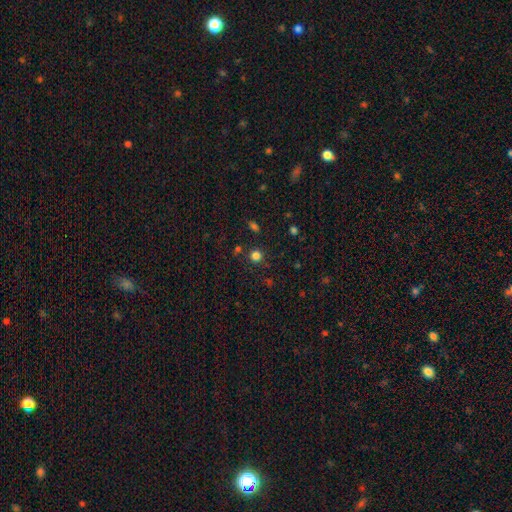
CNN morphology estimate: smooth-or-featured: smooth: 79% | star or artifact: 16% | featured or disk: 4%
  how-rounded: round: 92% | in between: 7% | cigar-shaped: 1%
  merging: none: 85% | minor disturbance: 8% | merger: 4% | major disturbance: 3%